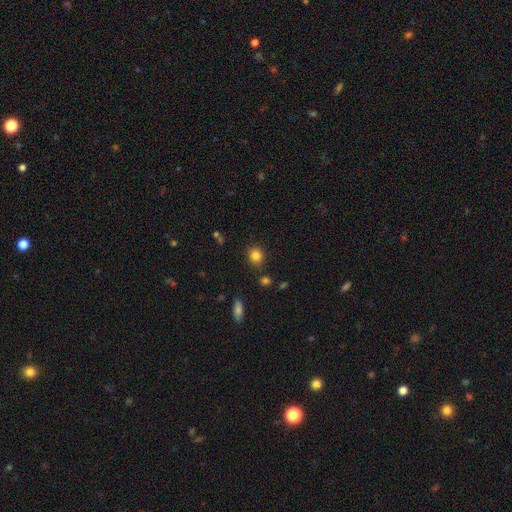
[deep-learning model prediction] Smooth or featured?
  - smooth: 83% *
  - star or artifact: 11%
  - featured or disk: 6%
How rounded?
  - round: 82% *
  - in between: 17%
  - cigar-shaped: 1%
Merging?
  - none: 85% *
  - minor disturbance: 9%
  - merger: 4%
  - major disturbance: 3%